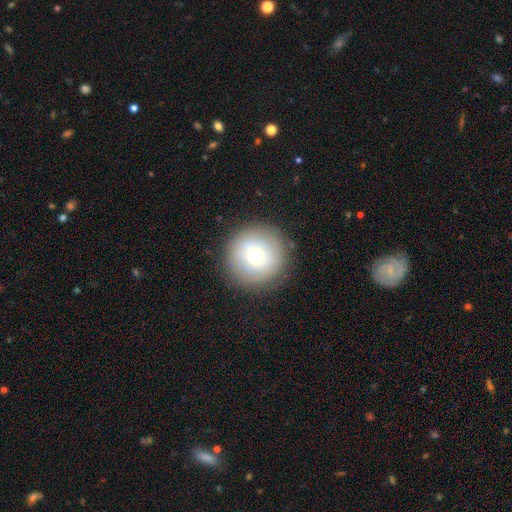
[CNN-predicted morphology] The model was most divided on "smooth or featured": smooth: 68%, featured or disk: 20%, star or artifact: 12%. More confident: how rounded — round (97%); merging — none (89%).